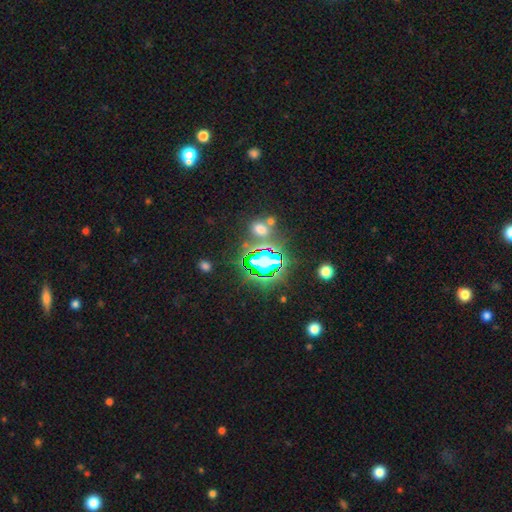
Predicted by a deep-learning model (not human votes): Overall: star or artifact (81%).